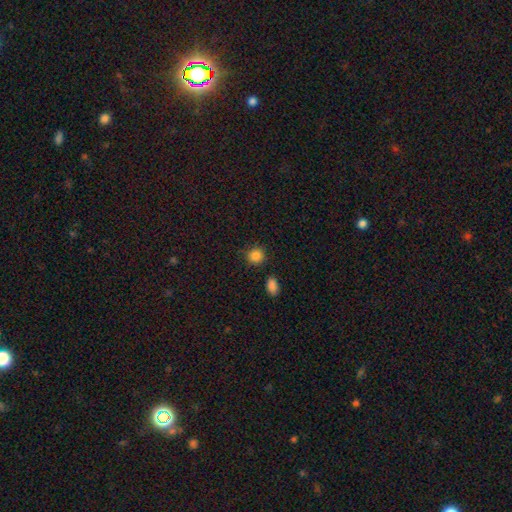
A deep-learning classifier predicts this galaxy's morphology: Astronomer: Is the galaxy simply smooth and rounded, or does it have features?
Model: smooth — 85%.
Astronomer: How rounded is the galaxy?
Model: round — 90%.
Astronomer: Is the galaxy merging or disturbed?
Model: none — 85%.